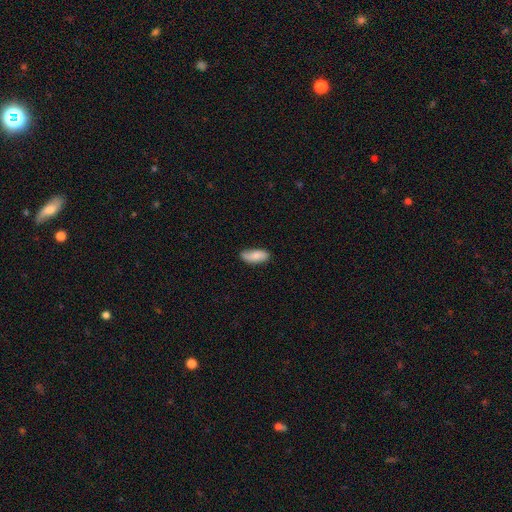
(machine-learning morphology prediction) A smooth galaxy with no disk features (80%) that is in between round and cigar-shaped (83%).

Vote fractions:
- Smooth or featured? smooth: 80% / featured or disk: 15% / star or artifact: 6%
- How rounded? in between: 83% / cigar-shaped: 15% / round: 2%
- Merging? none: 75% / minor disturbance: 21% / major disturbance: 3% / merger: 1%